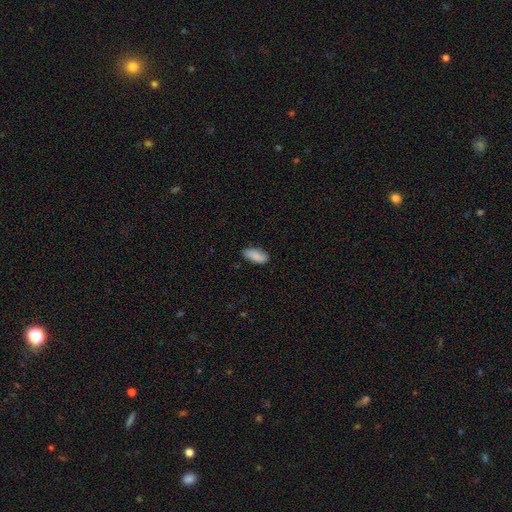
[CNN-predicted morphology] A smooth galaxy with no disk features (87%) that is in between round and cigar-shaped (86%). Merging: none (80%).